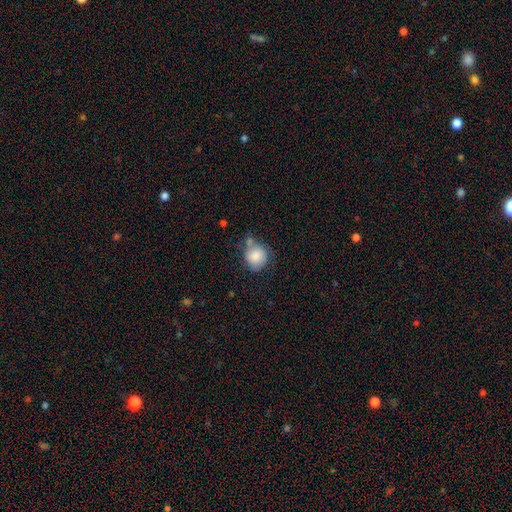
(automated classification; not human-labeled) Smooth or featured: smooth — 81% (featured or disk — 12%)
How rounded: round — 78% (in between — 21%)
Merging: none — 48% (minor disturbance — 28%)